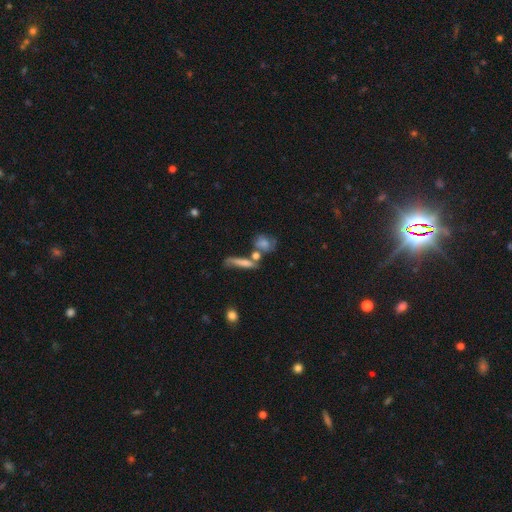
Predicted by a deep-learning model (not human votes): Smooth or featured? Predicted: smooth (p=0.38). Merging? Predicted: none (p=0.54).